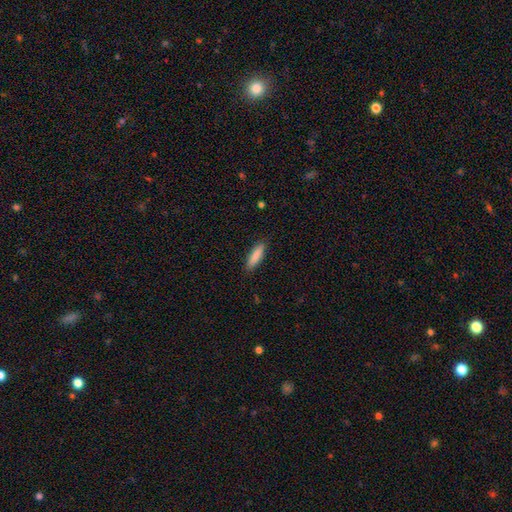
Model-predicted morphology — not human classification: Overall: smooth (87%). How rounded: cigar-shaped (69%; in between 30%). Merging: none (87%).